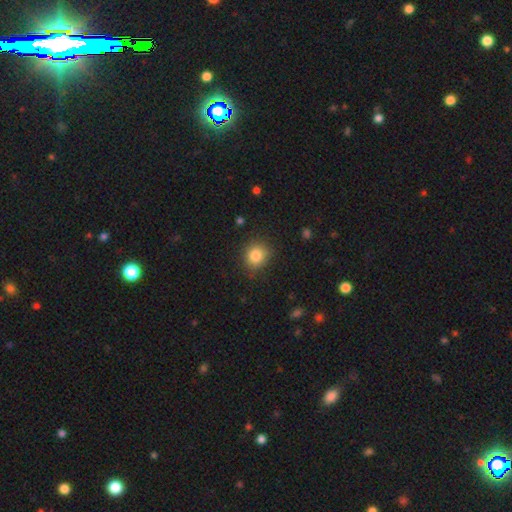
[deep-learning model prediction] A smooth galaxy with no disk features (84%) that is round (81%).

Vote fractions:
- Smooth or featured? smooth: 84% / star or artifact: 10% / featured or disk: 6%
- How rounded? round: 81% / in between: 18% / cigar-shaped: 1%
- Merging? none: 85% / minor disturbance: 11% / major disturbance: 3% / merger: 1%